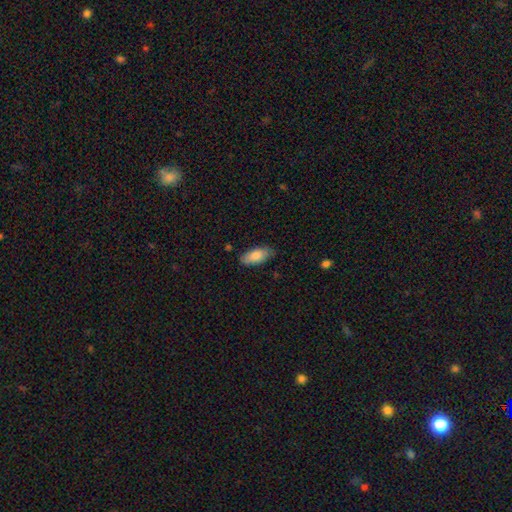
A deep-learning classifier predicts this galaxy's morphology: A smooth galaxy with no disk features (83%) that is in between round and cigar-shaped (86%).

Vote fractions:
- Smooth or featured? smooth: 83% / featured or disk: 11% / star or artifact: 6%
- How rounded? in between: 86% / cigar-shaped: 12% / round: 2%
- Merging? none: 79% / minor disturbance: 16% / major disturbance: 3% / merger: 1%